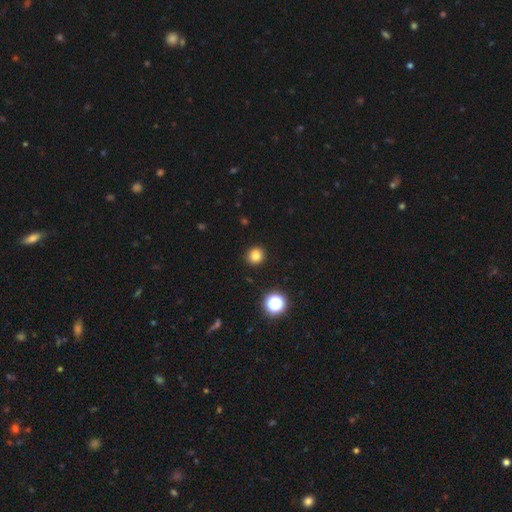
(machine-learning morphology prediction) A smooth galaxy with no disk features (81%) that is round (89%).

Vote fractions:
- Smooth or featured? smooth: 81% / star or artifact: 14% / featured or disk: 5%
- How rounded? round: 89% / in between: 10% / cigar-shaped: 1%
- Merging? none: 91% / minor disturbance: 6% / major disturbance: 2% / merger: 1%